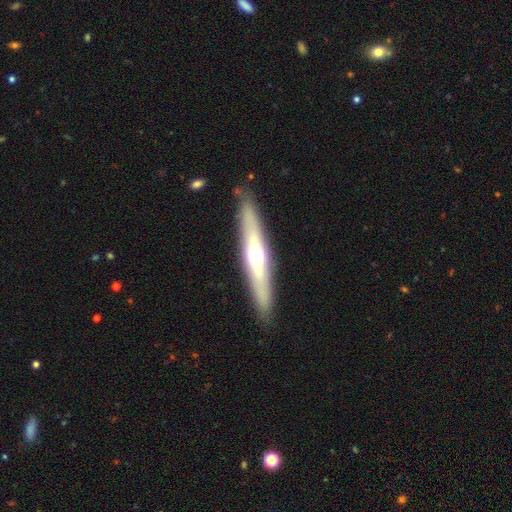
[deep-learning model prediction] smooth-or-featured: featured or disk: 60% | smooth: 35% | star or artifact: 6%
  disk-edge-on: yes: 89% | no: 11%
    edge-on-bulge: rounded: 83% | none: 13% | boxy: 4%
  merging: none: 88% | minor disturbance: 9% | major disturbance: 2% | merger: 1%